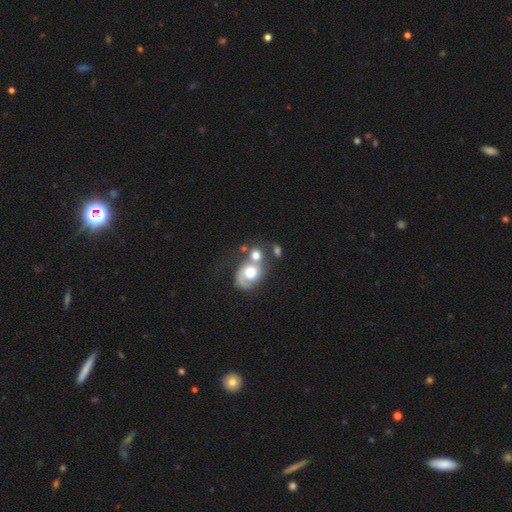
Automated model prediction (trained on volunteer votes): Smooth or featured?
  - smooth: 50% *
  - featured or disk: 41%
  - star or artifact: 9%
Merging?
  - merger: 49% *
  - none: 27%
  - major disturbance: 13%
  - minor disturbance: 11%